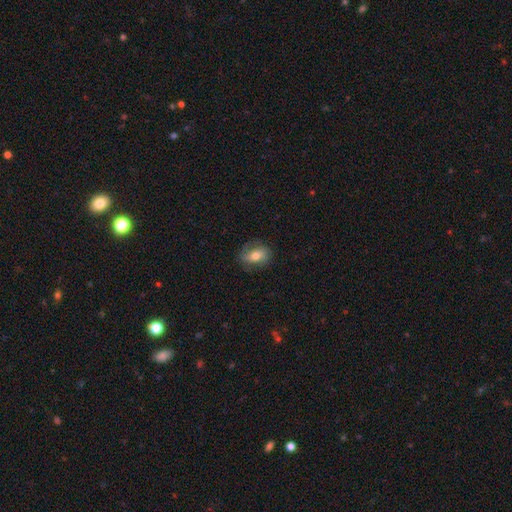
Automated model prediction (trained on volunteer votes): Smooth or featured?
  - smooth: 56% *
  - featured or disk: 36%
  - star or artifact: 9%
How rounded?
  - in between: 71% *
  - round: 27%
  - cigar-shaped: 3%
Merging?
  - none: 75% *
  - minor disturbance: 18%
  - major disturbance: 6%
  - merger: 1%